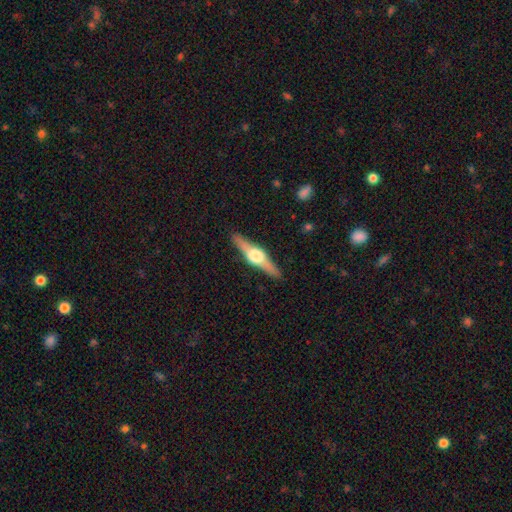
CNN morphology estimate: This is likely a featured or disk galaxy (76%). It is clearly viewed edge-on (97%). Edge-on bulge: clearly rounded (94%). Merging: clearly none (91%).